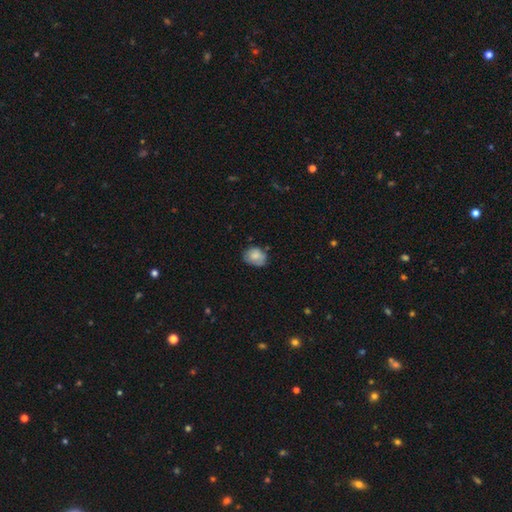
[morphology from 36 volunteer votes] Smooth or featured? smooth (75%)
How rounded? in between (59%)
Merging? none (50%)